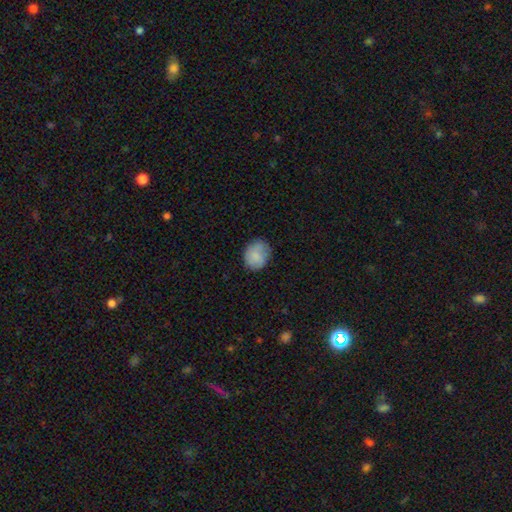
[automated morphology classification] smooth-or-featured: smooth: 82% | featured or disk: 11% | star or artifact: 7%
  how-rounded: round: 60% | in between: 39% | cigar-shaped: 1%
  merging: none: 75% | minor disturbance: 20% | major disturbance: 5% | merger: 1%